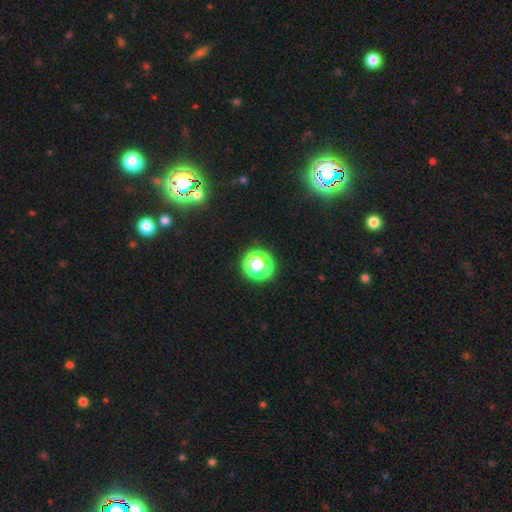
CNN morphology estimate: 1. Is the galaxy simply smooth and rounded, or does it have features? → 69% star or artifact, 25% smooth, 6% featured or disk.